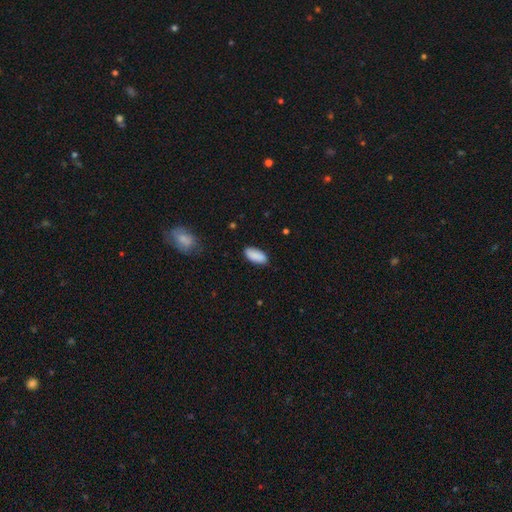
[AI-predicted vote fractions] Smooth or featured: smooth — 89% (star or artifact — 6%)
How rounded: in between — 88% (cigar-shaped — 10%)
Merging: none — 85% (minor disturbance — 12%)